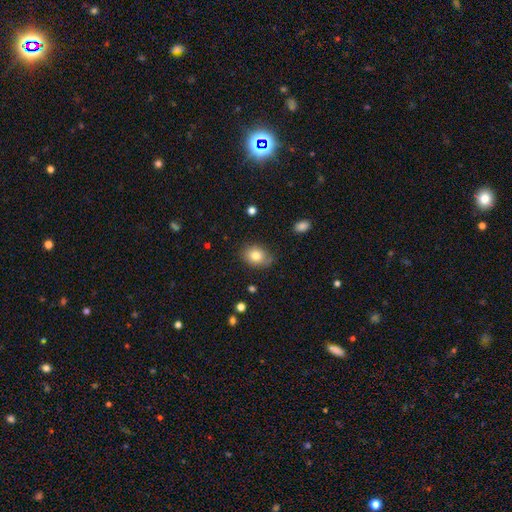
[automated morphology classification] type=smooth (81%); roundness=in between (66%); merging=none (79%).